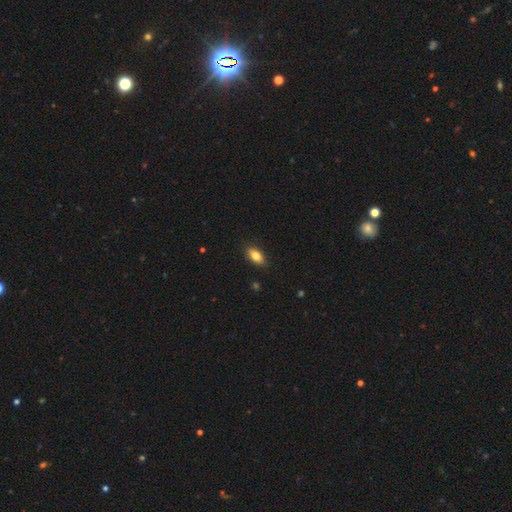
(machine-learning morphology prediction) Smooth or featured: smooth — 81% (featured or disk — 11%)
How rounded: in between — 89% (cigar-shaped — 7%)
Merging: none — 86% (minor disturbance — 10%)